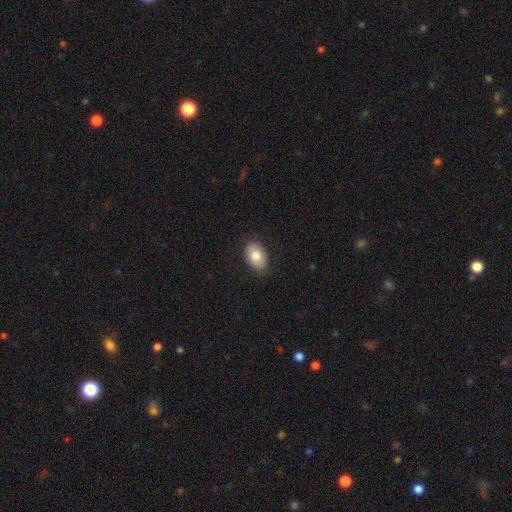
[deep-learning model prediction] A smooth galaxy with no disk features (79%) that is in between round and cigar-shaped (87%).

Vote fractions:
- Smooth or featured? smooth: 79% / featured or disk: 13% / star or artifact: 7%
- How rounded? in between: 87% / round: 11% / cigar-shaped: 1%
- Merging? none: 82% / minor disturbance: 14% / major disturbance: 3% / merger: 1%